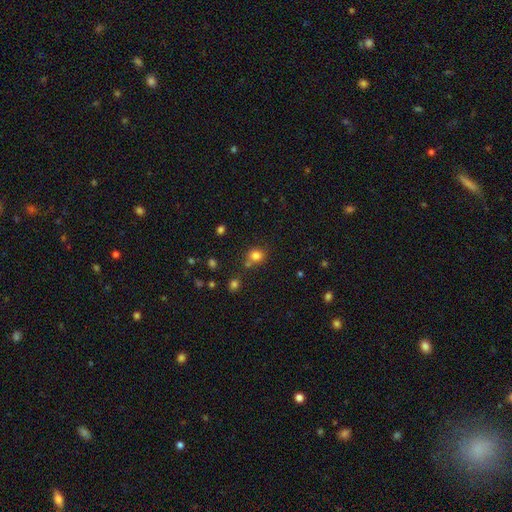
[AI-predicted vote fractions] Smooth or featured? Predicted: smooth (p=0.80). How rounded? Predicted: round (p=0.79). Merging? Predicted: none (p=0.65).